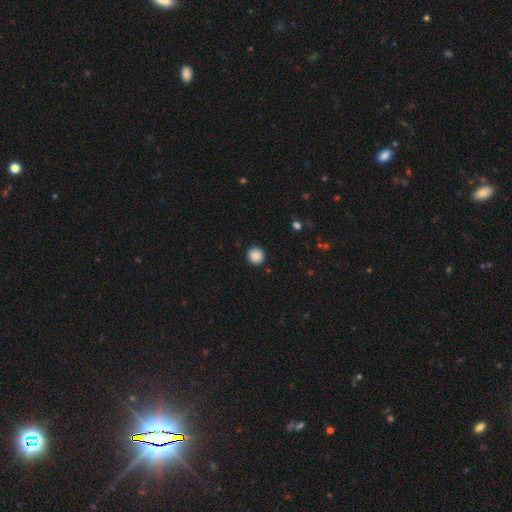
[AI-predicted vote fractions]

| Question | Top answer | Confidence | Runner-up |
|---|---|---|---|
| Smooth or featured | smooth | 88% | star or artifact (9%) |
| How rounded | round | 95% | in between (4%) |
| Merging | none | 92% | minor disturbance (5%) |